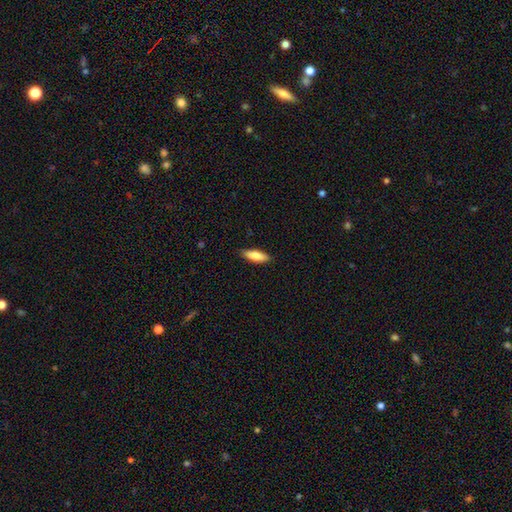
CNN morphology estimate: This appears to be a smooth galaxy with no disk features (80%) that is in between round and cigar-shaped (55%). Merging: none (88%).